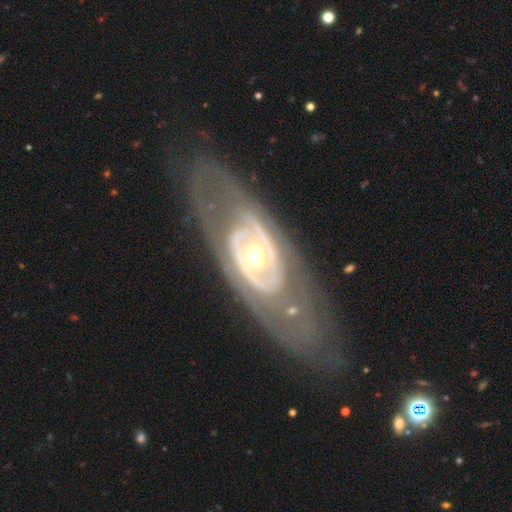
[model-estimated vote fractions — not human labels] smooth_or_featured: featured or disk (p=0.81) [alt: smooth p=0.13]
disk_edge_on: no (p=0.88) [alt: yes p=0.12]
bar: no (p=0.75) [alt: weak p=0.16]
has_spiral_arms: no (p=0.55) [alt: yes p=0.45]
bulge_size: moderate (p=0.56) [alt: small p=0.35]
merging: none (p=0.70) [alt: minor disturbance p=0.14]